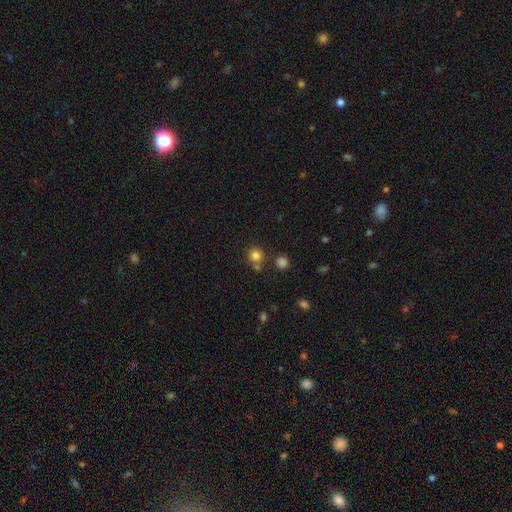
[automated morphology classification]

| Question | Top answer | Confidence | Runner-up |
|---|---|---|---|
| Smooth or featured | smooth | 81% | star or artifact (13%) |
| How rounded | round | 90% | in between (9%) |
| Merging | none | 70% | merger (17%) |